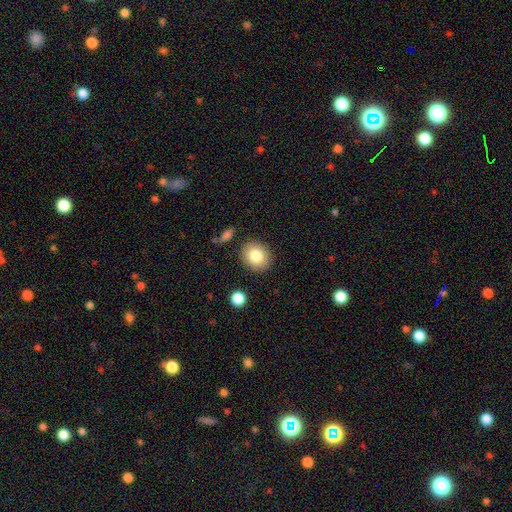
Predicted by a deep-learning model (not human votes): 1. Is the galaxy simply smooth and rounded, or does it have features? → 81% smooth, 10% featured or disk, 9% star or artifact.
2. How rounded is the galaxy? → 69% round, 30% in between, 1% cigar-shaped.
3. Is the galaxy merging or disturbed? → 86% none, 9% minor disturbance, 3% merger, 3% major disturbance.